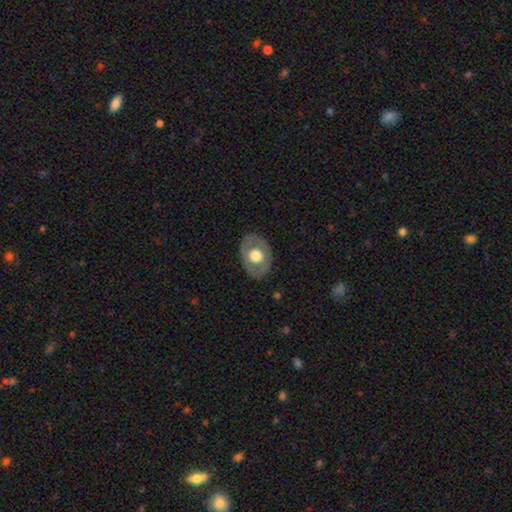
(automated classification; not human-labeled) Smooth or featured? featured or disk (49%)
Merging? none (82%)